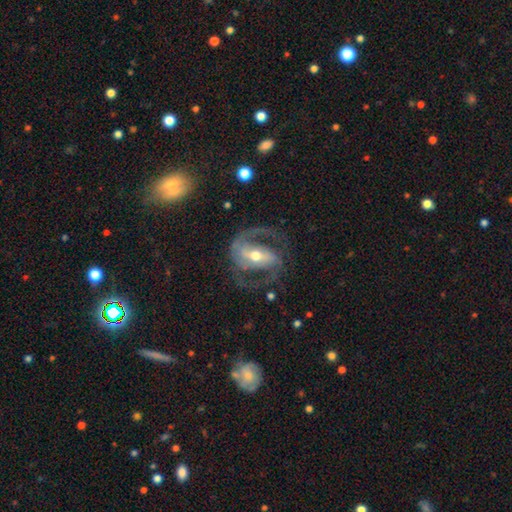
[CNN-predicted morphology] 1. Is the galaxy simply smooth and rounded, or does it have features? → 89% featured or disk, 6% smooth, 5% star or artifact.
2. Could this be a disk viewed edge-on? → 96% no, 4% yes.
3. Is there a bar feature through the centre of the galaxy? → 53% strong, 33% weak, 14% no.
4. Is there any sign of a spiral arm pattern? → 95% yes, 5% no.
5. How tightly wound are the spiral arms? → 59% medium, 22% loose, 19% tight.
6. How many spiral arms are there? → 89% 2, 4% 1, 3% can't tell, 2% 3, 1% 4, 1% more than 4.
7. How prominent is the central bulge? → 66% moderate, 26% small, 6% large, 1% none, 1% dominant.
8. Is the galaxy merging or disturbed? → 70% none, 14% minor disturbance, 13% major disturbance, 2% merger.